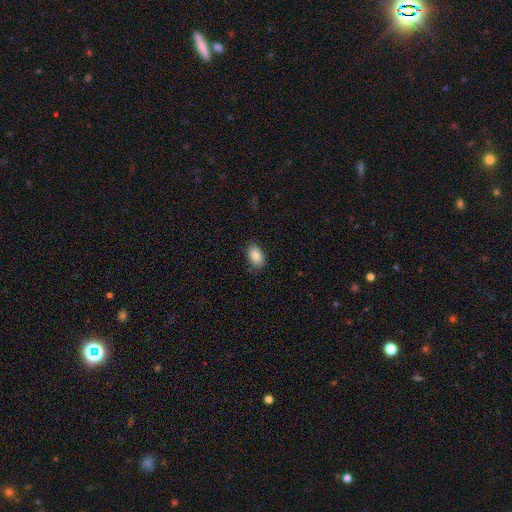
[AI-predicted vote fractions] Smooth or featured?
  - smooth: 89% *
  - star or artifact: 7%
  - featured or disk: 4%
How rounded?
  - in between: 90% *
  - round: 8%
  - cigar-shaped: 1%
Merging?
  - none: 85% *
  - minor disturbance: 11%
  - major disturbance: 3%
  - merger: 1%